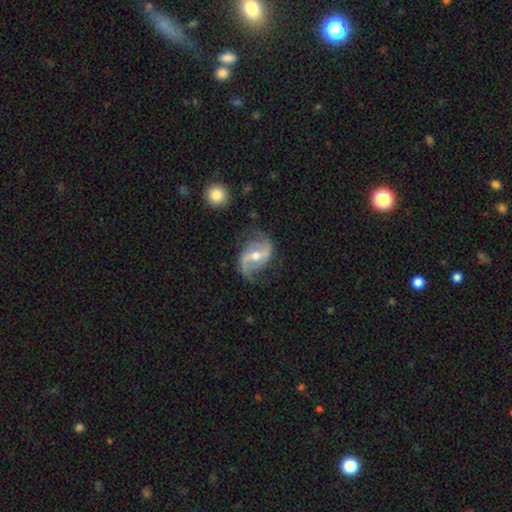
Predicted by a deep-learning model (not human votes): Smooth or featured?
  - featured or disk: 90% *
  - smooth: 5%
  - star or artifact: 5%
Edge-on disk?
  - no: 98% *
  - yes: 2%
Bar?
  - weak: 40% *
  - strong: 39%
  - no: 20%
Spiral arms?
  - yes: 97% *
  - no: 3%
Spiral winding?
  - loose: 62% *
  - medium: 30%
  - tight: 7%
Spiral arm count?
  - 2: 91% *
  - 1: 4%
  - can't tell: 2%
  - 3: 1%
  - 4: 1%
  - more than 4: 1%
Bulge size?
  - moderate: 65% *
  - small: 30%
  - large: 3%
  - none: 1%
  - dominant: 1%
Merging?
  - none: 74% *
  - minor disturbance: 17%
  - major disturbance: 8%
  - merger: 2%